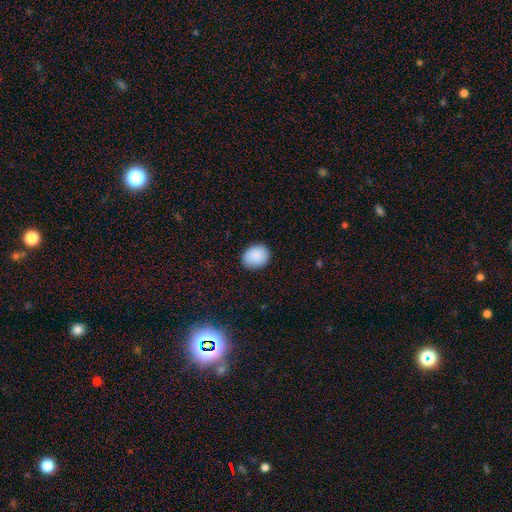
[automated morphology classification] Smooth or featured: smooth — 89% (star or artifact — 7%)
How rounded: round — 62% (in between — 37%)
Merging: none — 87% (minor disturbance — 9%)